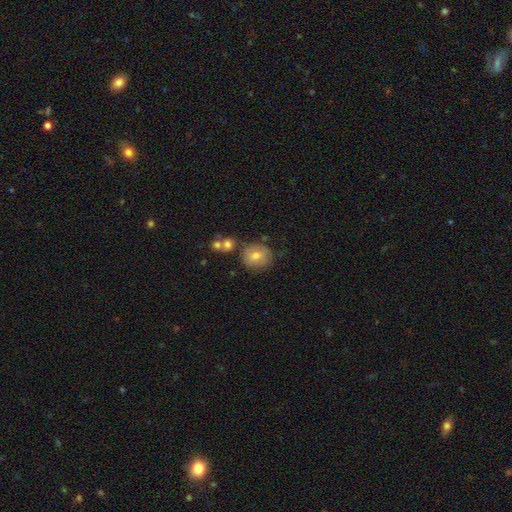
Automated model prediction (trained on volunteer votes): smooth-or-featured: smooth: 62% | featured or disk: 25% | star or artifact: 13%
  how-rounded: round: 72% | in between: 27% | cigar-shaped: 1%
  merging: none: 67% | minor disturbance: 16% | merger: 12% | major disturbance: 5%